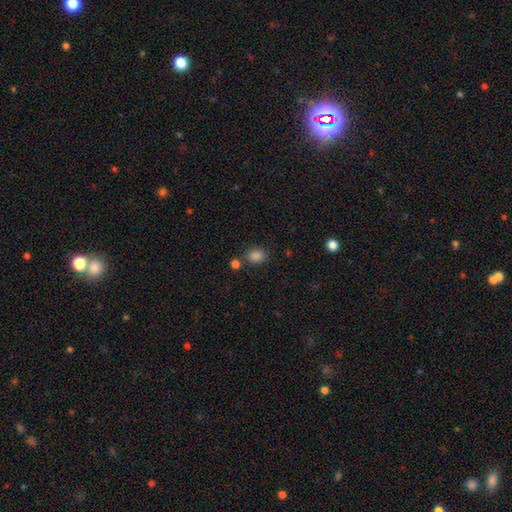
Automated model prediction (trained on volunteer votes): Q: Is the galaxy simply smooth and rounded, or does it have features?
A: smooth — 85%.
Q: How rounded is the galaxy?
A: in between — 51%.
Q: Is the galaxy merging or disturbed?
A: none — 74%.